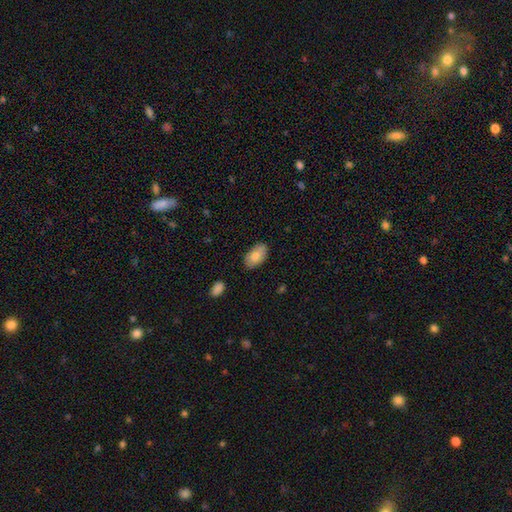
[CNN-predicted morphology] smooth_or_featured: smooth (p=0.78) [alt: featured or disk p=0.16]
how_rounded: in between (p=0.93) [alt: round p=0.06]
merging: none (p=0.83) [alt: minor disturbance p=0.13]